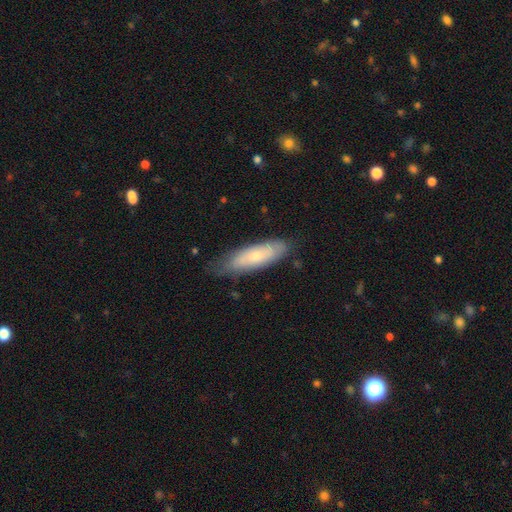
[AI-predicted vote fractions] This is possibly a smooth galaxy (60%). How rounded: possibly cigar-shaped (55%). Merging: likely none (71%).